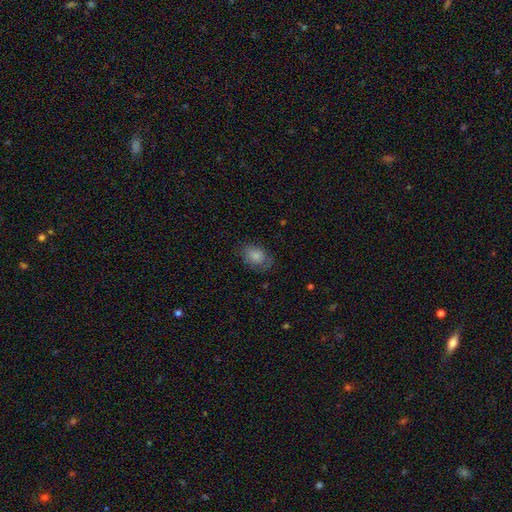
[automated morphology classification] type=smooth (79%); roundness=in between (74%); merging=none (66%).